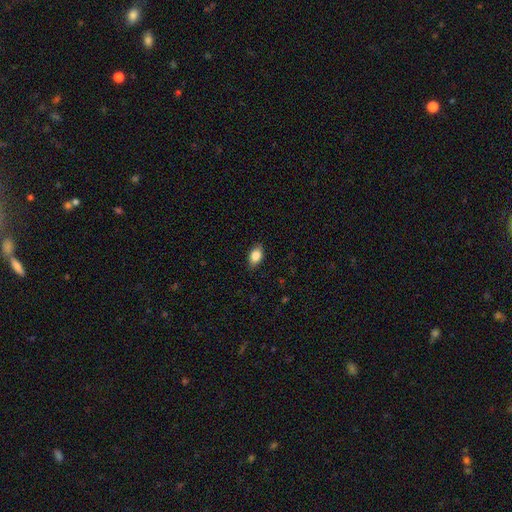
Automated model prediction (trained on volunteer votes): smooth_or_featured: smooth (p=0.85) [alt: star or artifact p=0.08]
how_rounded: in between (p=0.86) [alt: round p=0.12]
merging: none (p=0.85) [alt: minor disturbance p=0.12]